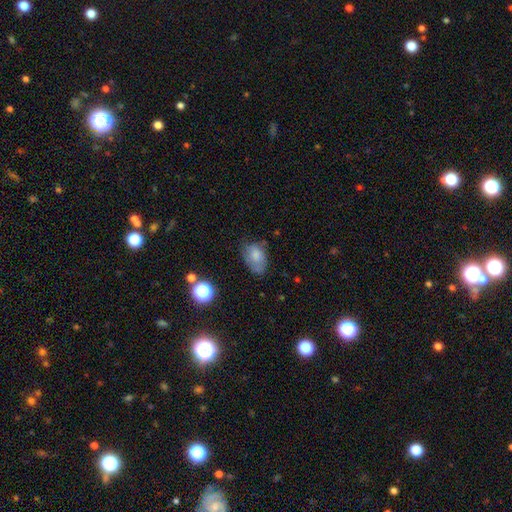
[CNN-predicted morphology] This is likely a smooth galaxy (71%). How rounded: clearly in between (83%). Merging: possibly none (50%).